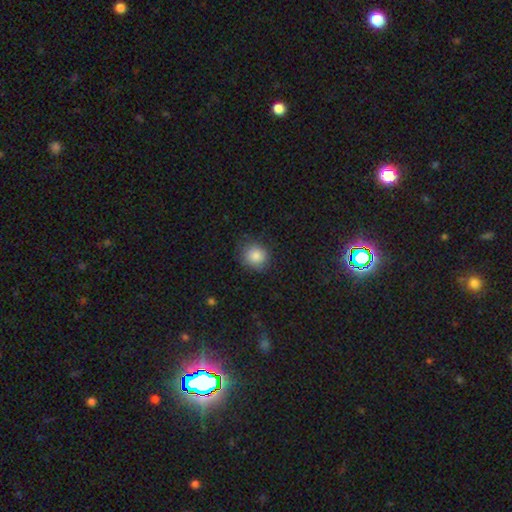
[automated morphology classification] Smooth or featured?
  - smooth: 85% *
  - star or artifact: 10%
  - featured or disk: 6%
How rounded?
  - round: 82% *
  - in between: 17%
  - cigar-shaped: 1%
Merging?
  - none: 78% *
  - minor disturbance: 16%
  - major disturbance: 5%
  - merger: 1%